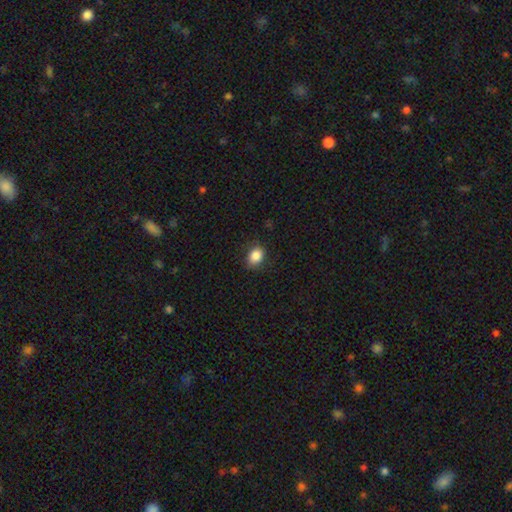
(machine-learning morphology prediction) Q: Smooth or featured?
A: smooth (86%); runner-up: star or artifact (9%)
Q: How rounded?
A: in between (59%); runner-up: round (39%)
Q: Merging?
A: none (81%); runner-up: minor disturbance (14%)